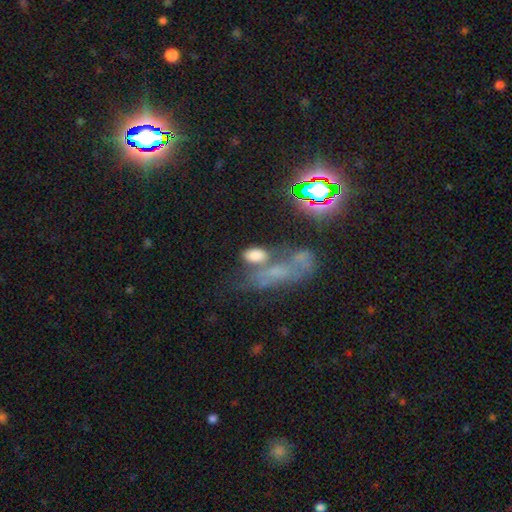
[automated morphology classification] This appears to be a smooth galaxy with no disk features (69%) that is in between round and cigar-shaped (86%). Merging: none (33%, tied with merger).